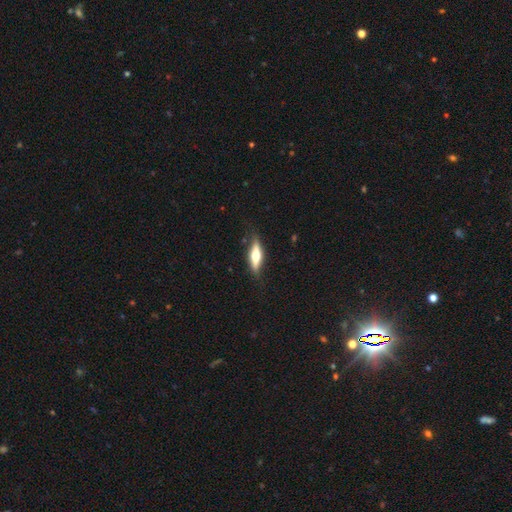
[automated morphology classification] Q: Smooth or featured?
A: featured or disk (56%); runner-up: smooth (39%)
Q: Edge-on disk?
A: yes (91%); runner-up: no (9%)
Q: Edge-on bulge?
A: rounded (93%); runner-up: boxy (4%)
Q: Merging?
A: none (79%); runner-up: minor disturbance (16%)